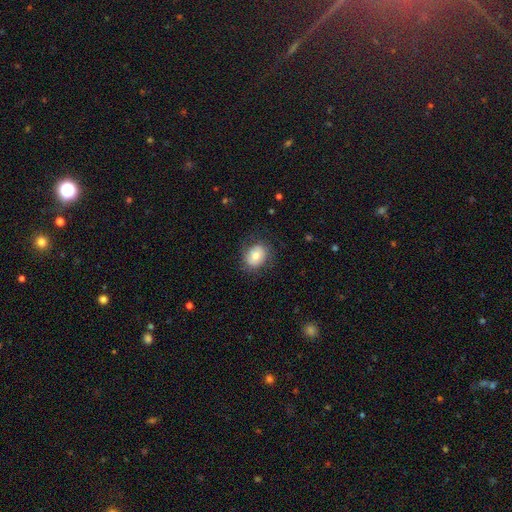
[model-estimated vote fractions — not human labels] Overall: smooth (72%). How rounded: round (50%; in between 49%). Merging: none (77%).